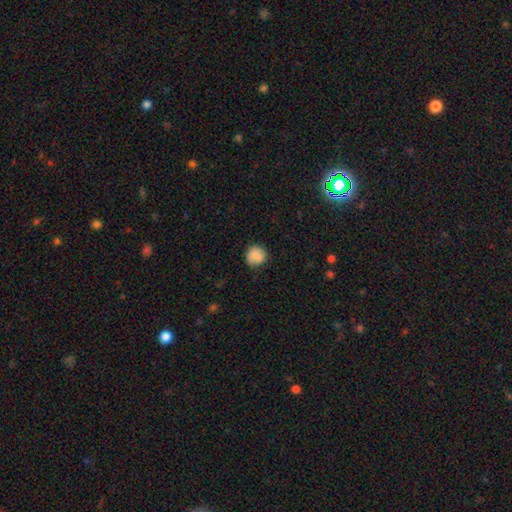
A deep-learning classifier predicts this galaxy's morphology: Q: Smooth or featured?
A: smooth (86%); runner-up: star or artifact (8%)
Q: How rounded?
A: round (89%); runner-up: in between (10%)
Q: Merging?
A: none (81%); runner-up: minor disturbance (14%)